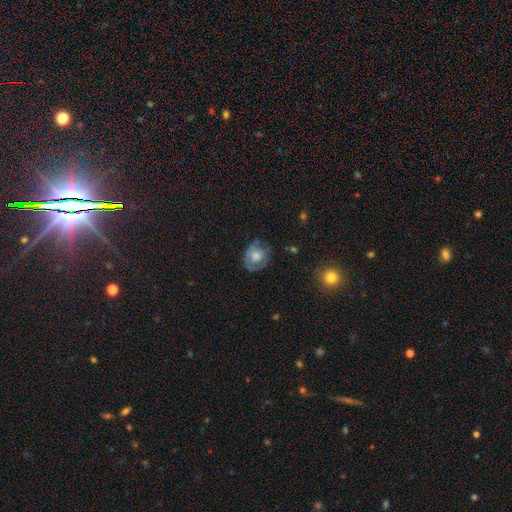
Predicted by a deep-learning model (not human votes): Smooth or featured?
  - smooth: 52% *
  - featured or disk: 41%
  - star or artifact: 8%
How rounded?
  - round: 72% *
  - in between: 27%
  - cigar-shaped: 1%
Merging?
  - none: 65% *
  - minor disturbance: 24%
  - major disturbance: 10%
  - merger: 2%